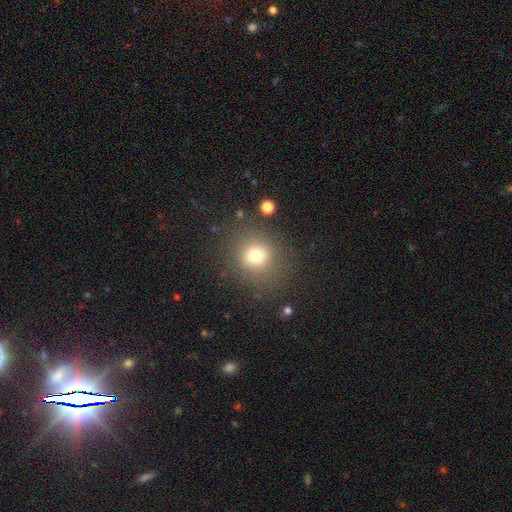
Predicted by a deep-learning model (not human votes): A smooth galaxy with no disk features (75%) that is round (81%). Merging: none (80%).